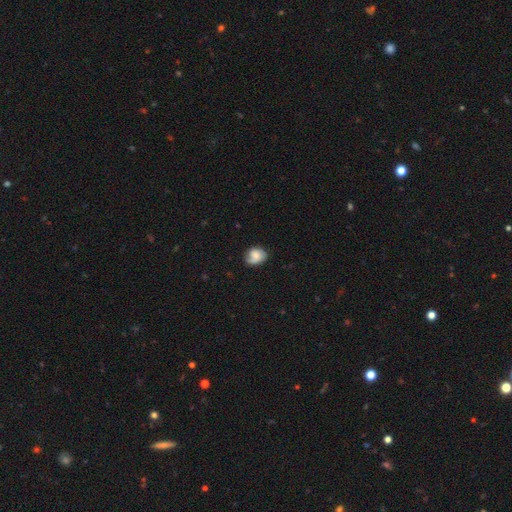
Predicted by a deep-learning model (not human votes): smooth 59%, featured or disk 33%, star or artifact 8%. Down the decision tree: how rounded — in between (53%); merging — none (62%).